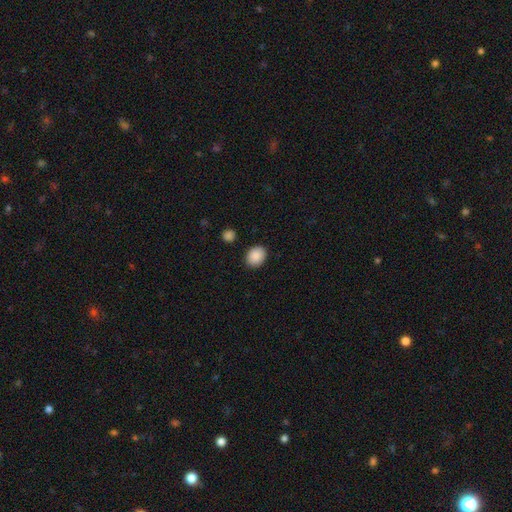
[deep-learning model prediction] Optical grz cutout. It shows a smooth galaxy with no disk features (89%) that is in between round and cigar-shaped (55%). Merging: none (88%).